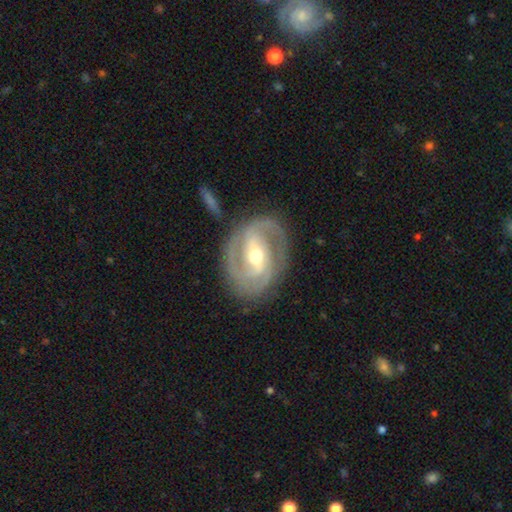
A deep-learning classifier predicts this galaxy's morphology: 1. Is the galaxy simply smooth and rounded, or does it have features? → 90% featured or disk, 6% smooth, 4% star or artifact.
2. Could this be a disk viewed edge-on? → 97% no, 3% yes.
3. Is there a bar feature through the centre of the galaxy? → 44% strong, 40% weak, 16% no.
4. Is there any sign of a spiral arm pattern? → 96% yes, 4% no.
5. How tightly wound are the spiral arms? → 49% tight, 42% medium, 9% loose.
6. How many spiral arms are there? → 67% 2, 18% 3, 7% can't tell, 3% 4, 3% 1, 2% more than 4.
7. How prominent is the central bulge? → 67% moderate, 27% small, 4% large, 1% none, 1% dominant.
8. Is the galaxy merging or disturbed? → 79% none, 14% minor disturbance, 5% major disturbance, 3% merger.